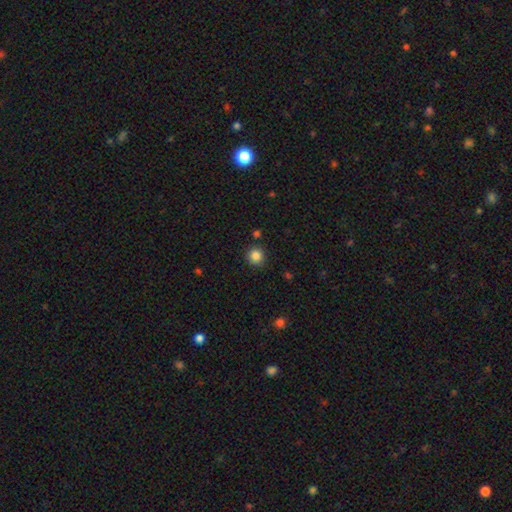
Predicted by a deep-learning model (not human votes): Smooth or featured: smooth — 85% (star or artifact — 11%)
How rounded: round — 93% (in between — 6%)
Merging: none — 89% (minor disturbance — 7%)